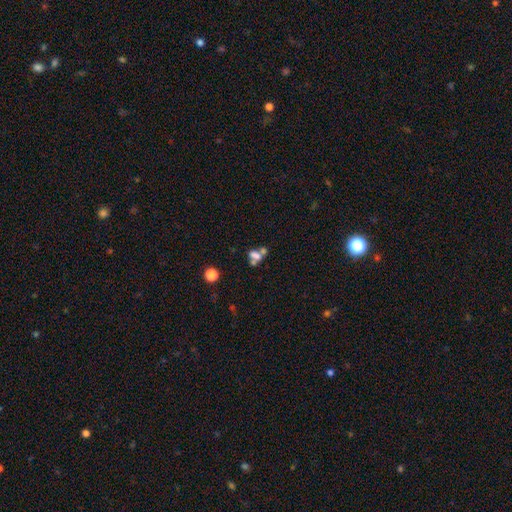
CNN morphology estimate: type=smooth (60%); roundness=in between (64%); merging=merger (53%).